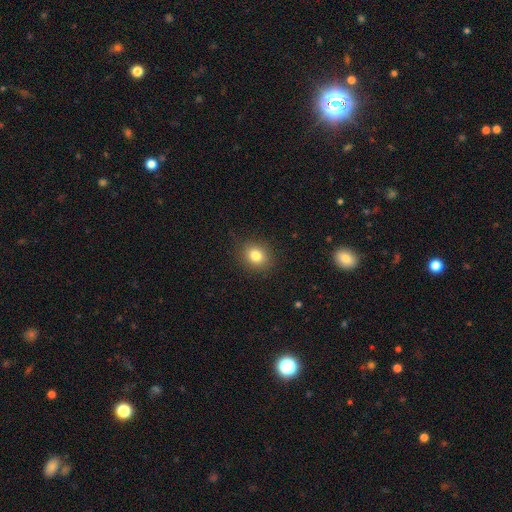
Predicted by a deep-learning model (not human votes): Smooth or featured? Predicted: smooth (p=0.82). How rounded? Predicted: round (p=0.67). Merging? Predicted: none (p=0.89).